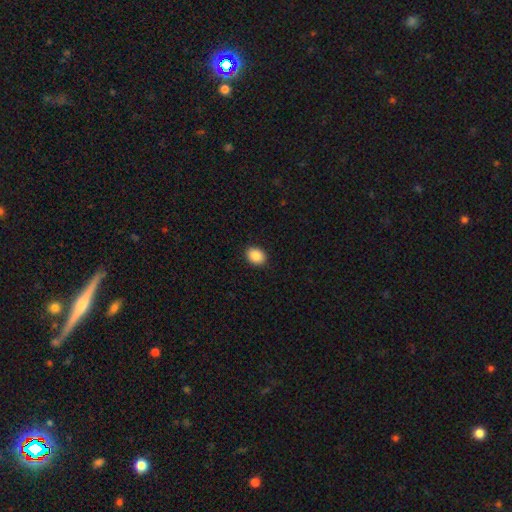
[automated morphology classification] This is clearly a smooth galaxy (89%). How rounded: possibly in between (60%). Merging: clearly none (90%).